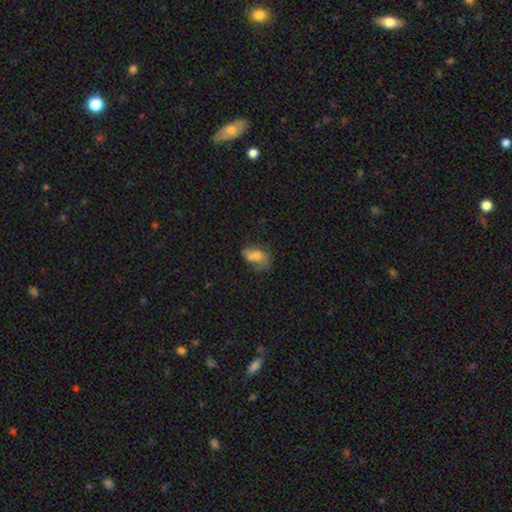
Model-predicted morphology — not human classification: Smooth or featured?
  - smooth: 63% *
  - featured or disk: 27%
  - star or artifact: 11%
How rounded?
  - in between: 85% *
  - round: 13%
  - cigar-shaped: 2%
Merging?
  - none: 40% *
  - minor disturbance: 29%
  - major disturbance: 22%
  - merger: 8%